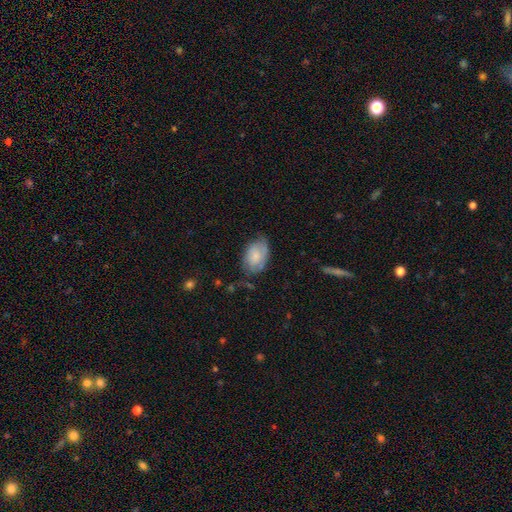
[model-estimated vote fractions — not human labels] This is likely a smooth galaxy (64%). How rounded: clearly in between (90%). Merging: possibly none (55%).